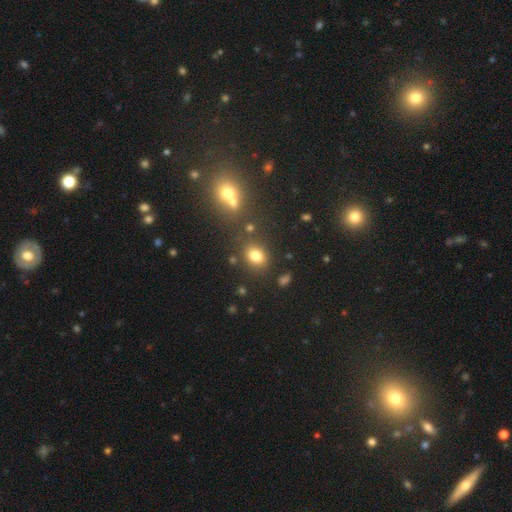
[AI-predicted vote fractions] This appears to be a smooth galaxy with no disk features (79%) that is in between round and cigar-shaped (52%). Merging: none (78%).